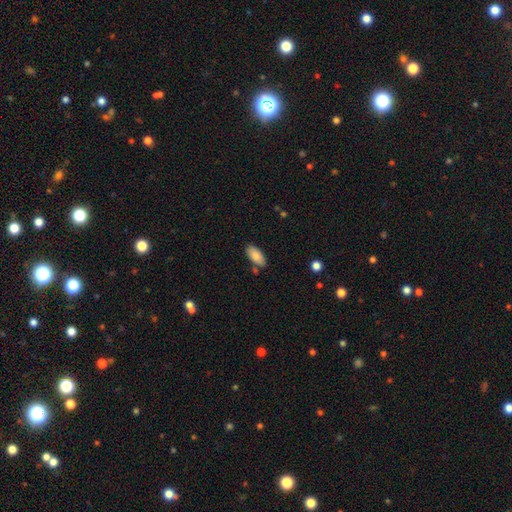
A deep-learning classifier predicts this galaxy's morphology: type=smooth (85%); roundness=in between (91%); merging=none (79%).